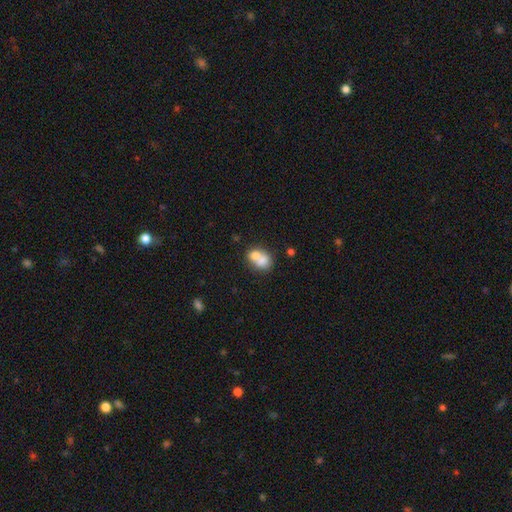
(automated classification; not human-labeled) Smooth or featured? smooth (70%)
How rounded? round (53%)
Merging? merger (66%)